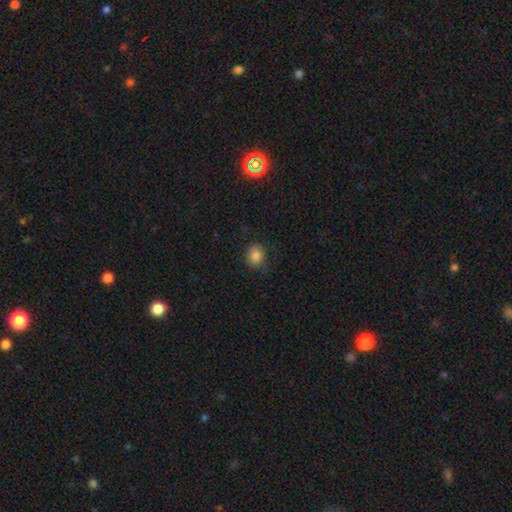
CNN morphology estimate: Overall: smooth (85%). How rounded: round (66%; in between 33%). Merging: none (78%).